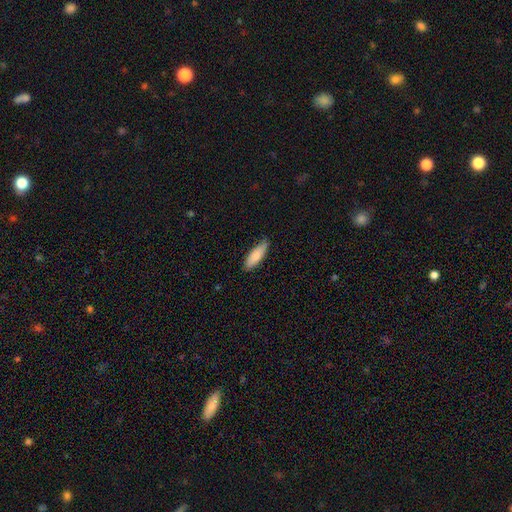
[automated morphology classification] Overall: smooth (81%). How rounded: in between (55%; cigar-shaped 43%). Merging: none (81%).